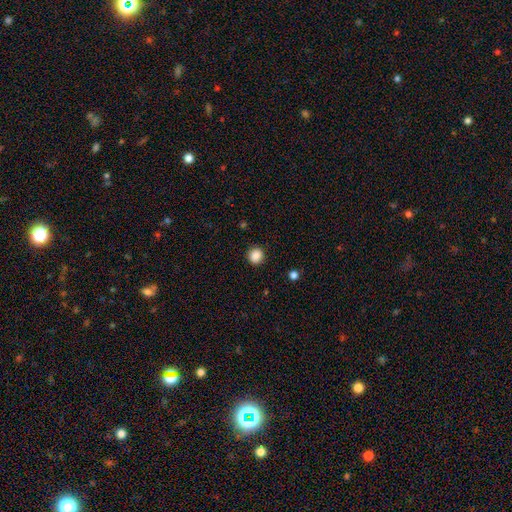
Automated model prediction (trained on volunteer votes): Smooth or featured? smooth (87%)
How rounded? round (92%)
Merging? none (91%)